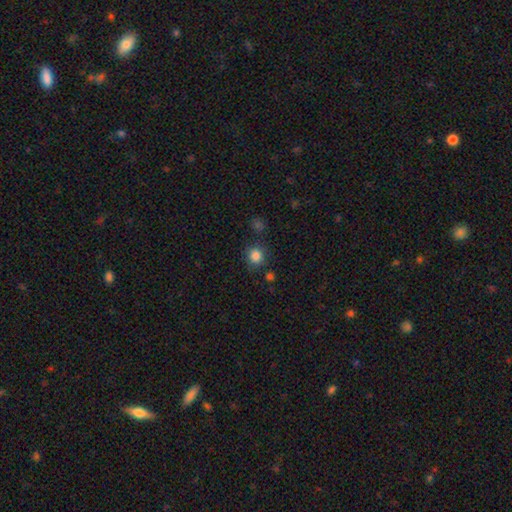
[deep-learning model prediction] This is clearly a smooth galaxy (84%). How rounded: clearly round (87%). Merging: clearly none (81%).